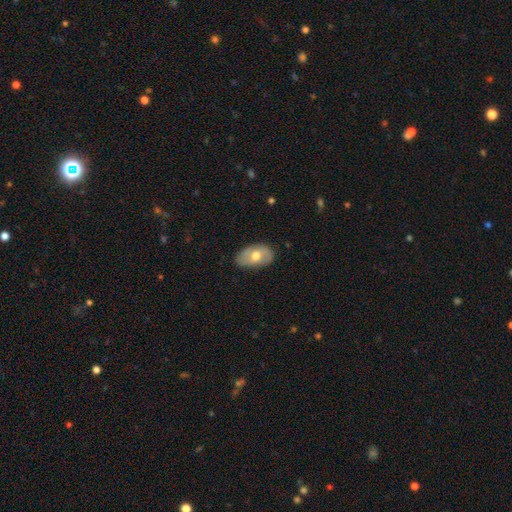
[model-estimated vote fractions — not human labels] This is possibly a smooth galaxy (52%). How rounded: clearly in between (90%). Merging: likely none (71%).